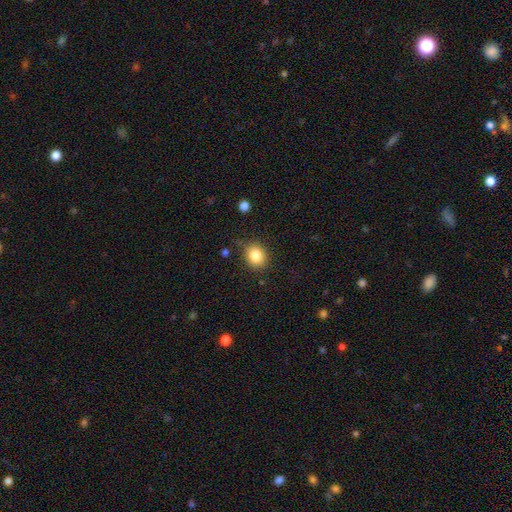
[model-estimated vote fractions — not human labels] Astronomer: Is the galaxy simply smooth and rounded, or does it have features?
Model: smooth — 84%.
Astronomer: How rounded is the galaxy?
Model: round — 67%.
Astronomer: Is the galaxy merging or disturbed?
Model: none — 83%.